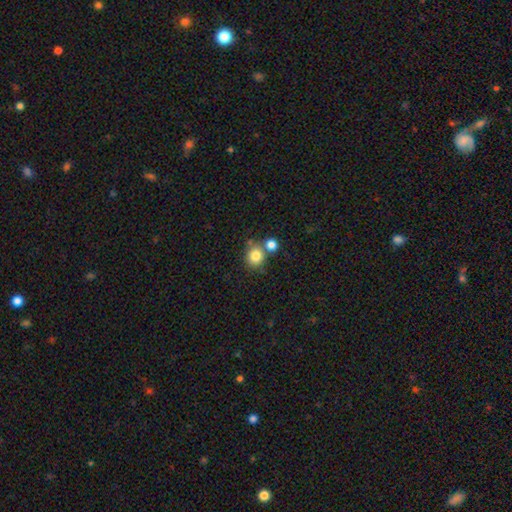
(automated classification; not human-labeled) A smooth galaxy with no disk features (82%) that is round (85%).

Vote fractions:
- Smooth or featured? smooth: 82% / star or artifact: 11% / featured or disk: 7%
- How rounded? round: 85% / in between: 14% / cigar-shaped: 1%
- Merging? none: 62% / merger: 27% / minor disturbance: 8% / major disturbance: 3%